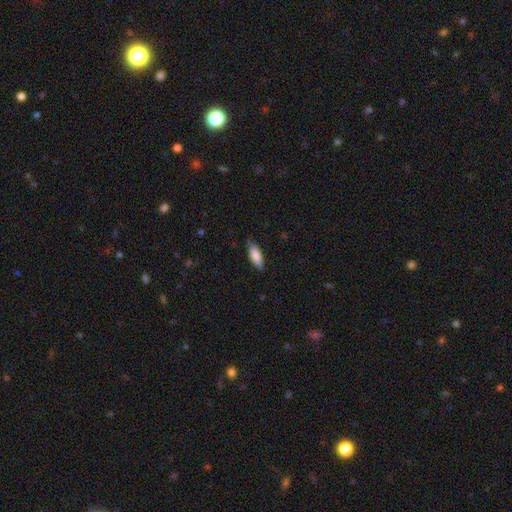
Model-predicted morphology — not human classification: Overall: smooth (84%). How rounded: in between (70%). Merging: none (82%).